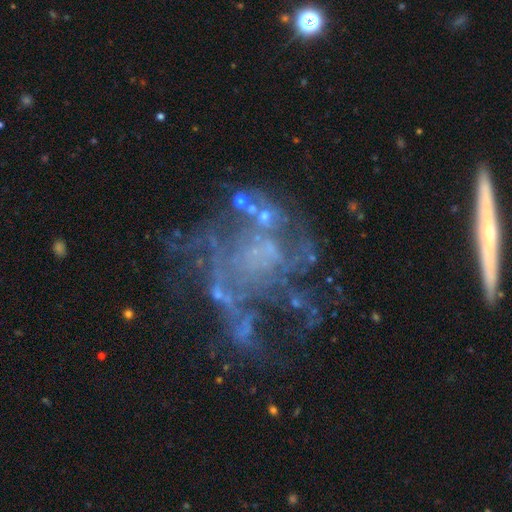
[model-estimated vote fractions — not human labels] A featured or disk galaxy (74%) with no bar (82%), no spiral arms (55%) and no central bulge (65%).

Vote fractions:
- Smooth or featured? featured or disk: 74% / star or artifact: 15% / smooth: 11%
- Edge-on disk? no: 94% / yes: 6%
- Bar? no: 82% / weak: 13% / strong: 5%
- Spiral arms? no: 55% / yes: 45%
- Bulge size? none: 65% / small: 19% / moderate: 11% / large: 3% / dominant: 1%
- Merging? none: 43% / major disturbance: 30% / minor disturbance: 17% / merger: 10%